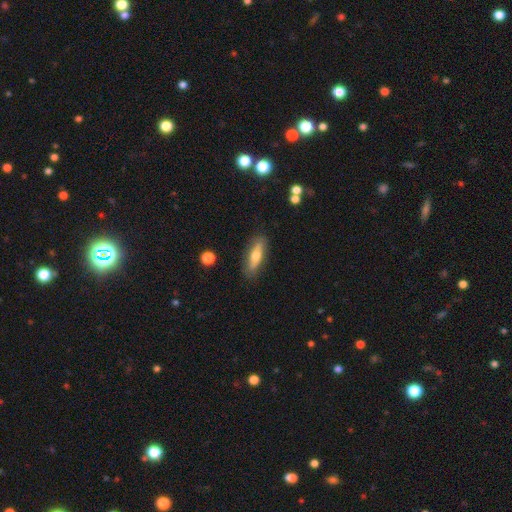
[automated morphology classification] smooth-or-featured: smooth: 60% | featured or disk: 33% | star or artifact: 7%
  how-rounded: cigar-shaped: 54% | in between: 44% | round: 3%
  merging: none: 83% | minor disturbance: 12% | major disturbance: 3% | merger: 2%